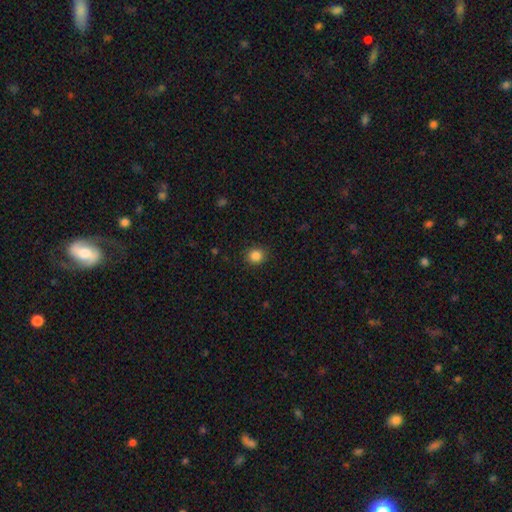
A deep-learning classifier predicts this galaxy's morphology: A smooth galaxy with no disk features (86%) that is round (85%). Merging: none (90%).